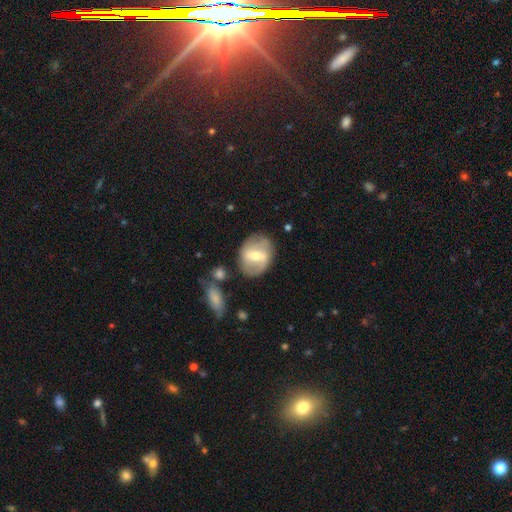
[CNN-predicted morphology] featured or disk 63%, smooth 30%, star or artifact 7%. Down the decision tree: edge-on disk — no (93%); bar — strong (47%); spiral arms — yes (57%); bulge size — moderate (58%); merging — none (75%).